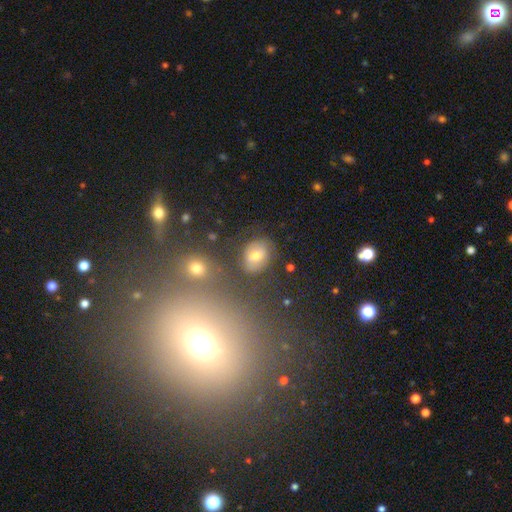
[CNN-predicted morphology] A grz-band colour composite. It shows a smooth galaxy with no disk features (66%) that is in between round and cigar-shaped (57%). Merging: none (82%).